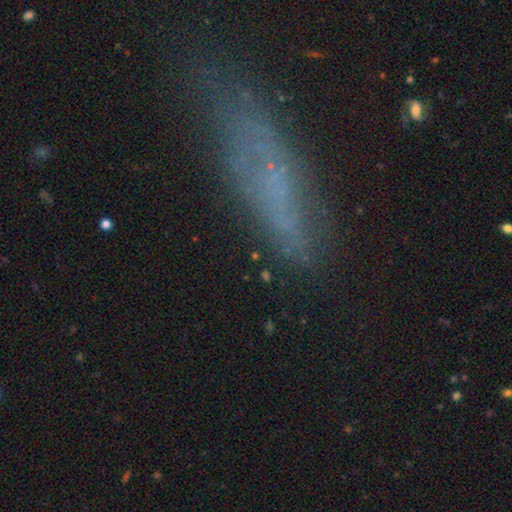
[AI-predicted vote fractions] Smooth or featured? smooth (36%)
Merging? none (70%)